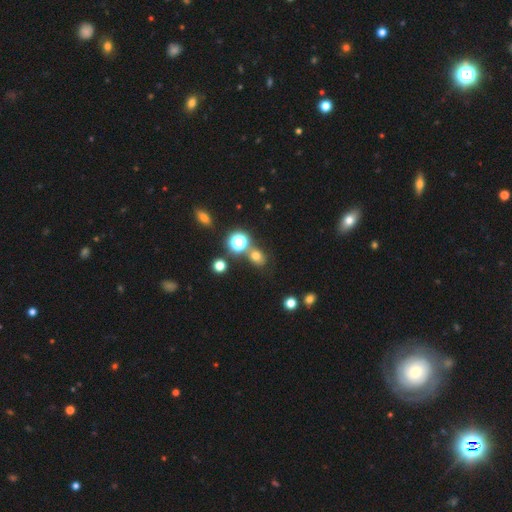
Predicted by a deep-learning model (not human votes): This appears to be a smooth galaxy with no disk features (66%) that is round (54%). Merging: none (69%).